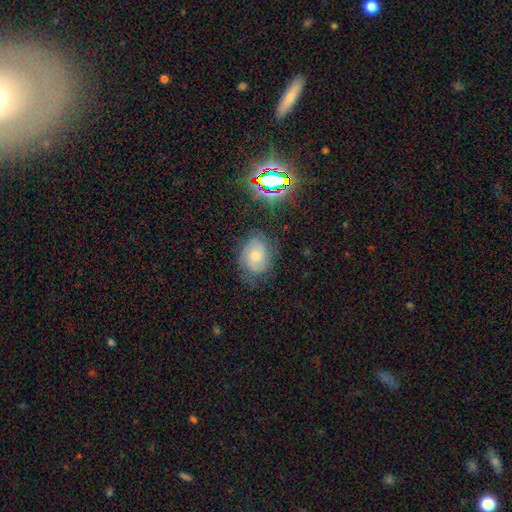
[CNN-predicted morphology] Overall: featured or disk (43%; smooth 42%). Merging: none (65%).